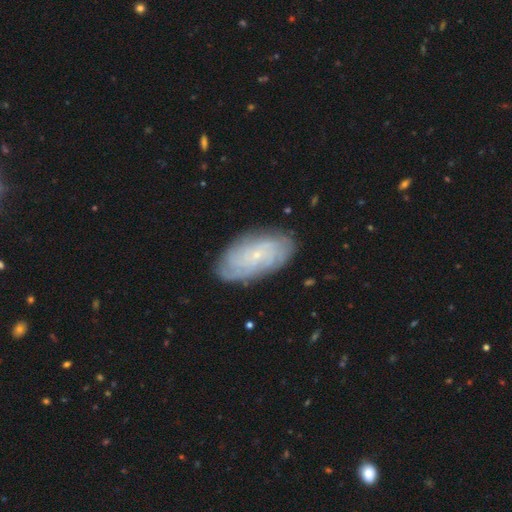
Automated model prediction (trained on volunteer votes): featured or disk 74%, smooth 19%, star or artifact 7%. Down the decision tree: edge-on disk — no (95%); bar — no (78%); spiral arms — yes (93%); spiral arm count — can't tell (40%); spiral winding — tight (73%); bulge size — small (86%); merging — none (83%).